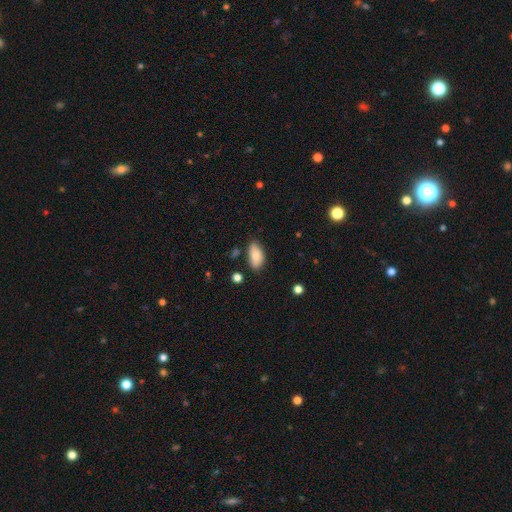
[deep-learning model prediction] A smooth galaxy with no disk features (87%) that is in between round and cigar-shaped (93%).

Vote fractions:
- Smooth or featured? smooth: 87% / star or artifact: 7% / featured or disk: 7%
- How rounded? in between: 93% / cigar-shaped: 4% / round: 3%
- Merging? none: 75% / minor disturbance: 19% / major disturbance: 3% / merger: 3%